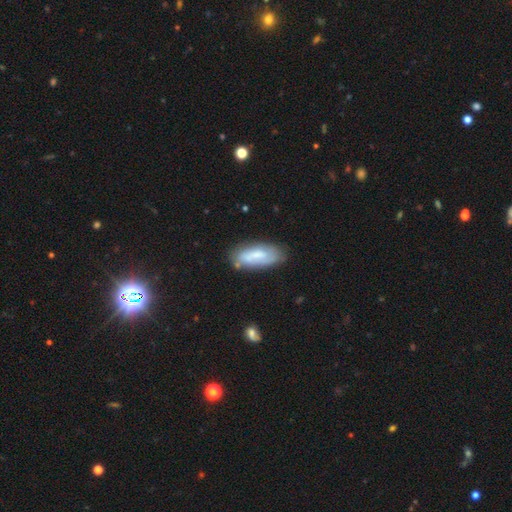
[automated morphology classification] type=smooth (60%); roundness=in between (76%); merging=none (69%).